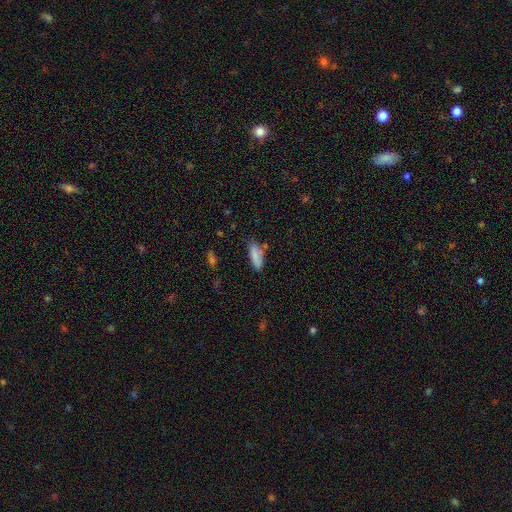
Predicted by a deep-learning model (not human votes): smooth 84%, featured or disk 8%, star or artifact 8%. Down the decision tree: how rounded — in between (66%); merging — none (69%).